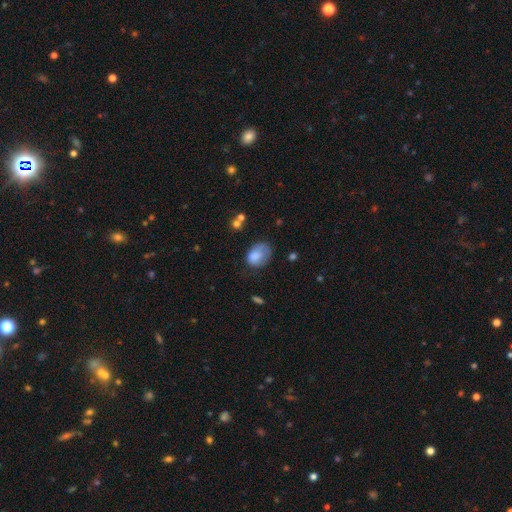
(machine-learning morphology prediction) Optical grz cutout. It shows a smooth galaxy with no disk features (78%) that is in between round and cigar-shaped (75%). Merging: none (45%).